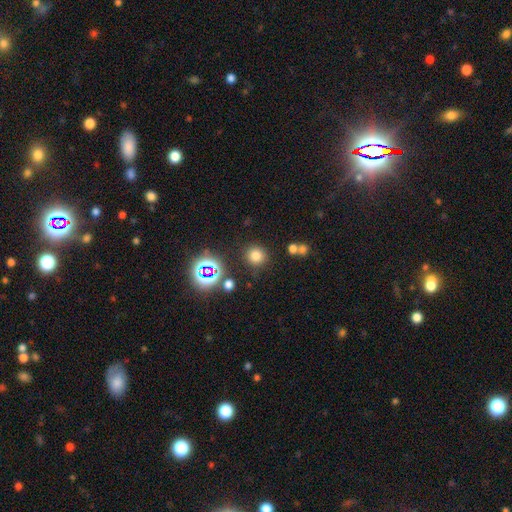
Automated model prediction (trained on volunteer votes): smooth-or-featured: smooth: 73% | star or artifact: 21% | featured or disk: 6%
  how-rounded: round: 89% | in between: 10% | cigar-shaped: 1%
  merging: none: 83% | minor disturbance: 8% | merger: 5% | major disturbance: 4%